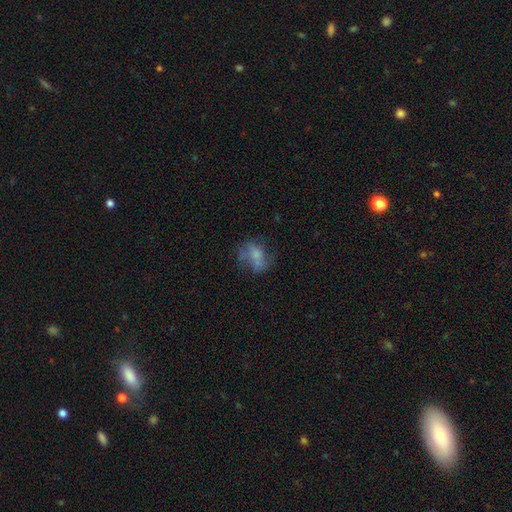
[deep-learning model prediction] This is possibly a smooth galaxy (48%). Merging: marginally none (42%).